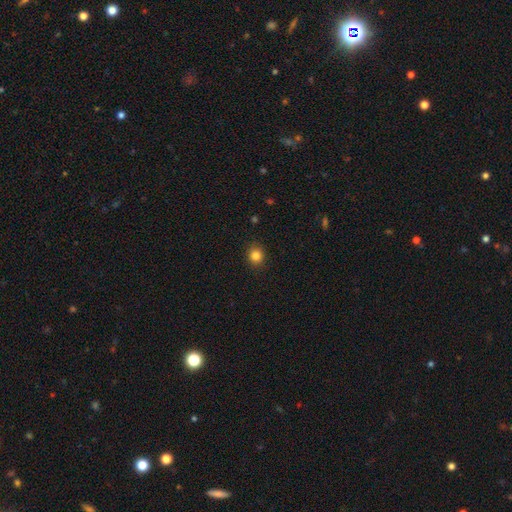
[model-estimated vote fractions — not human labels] Overall: smooth (84%). How rounded: round (82%). Merging: none (89%).